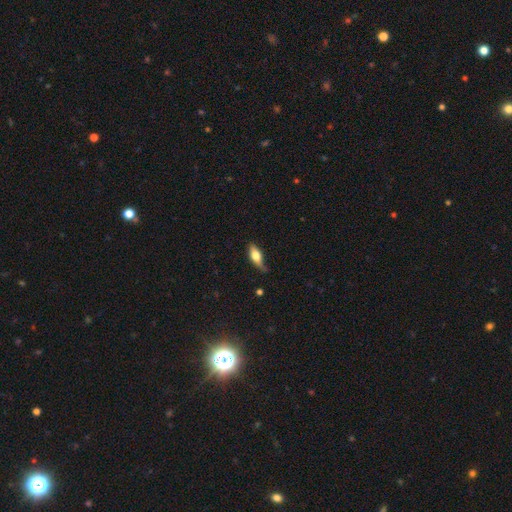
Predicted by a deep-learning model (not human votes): The model was most divided on "smooth or featured": smooth: 62%, featured or disk: 31%, star or artifact: 7%. More confident: how rounded — in between (69%); merging — none (61%).